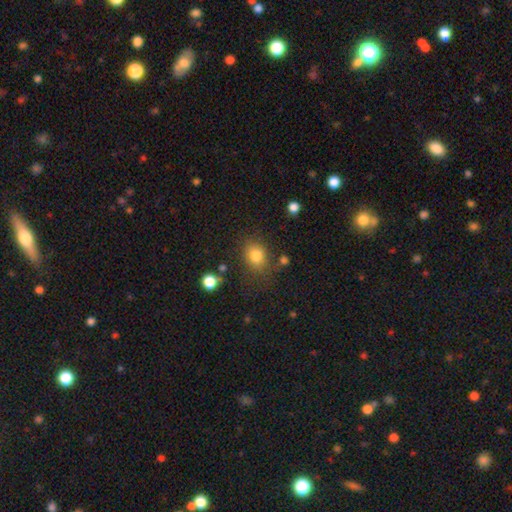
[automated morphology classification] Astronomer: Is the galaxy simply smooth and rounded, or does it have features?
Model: smooth — 82%.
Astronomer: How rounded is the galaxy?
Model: round — 54% (runner-up: in between, 45%).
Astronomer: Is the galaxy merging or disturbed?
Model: none — 74%.